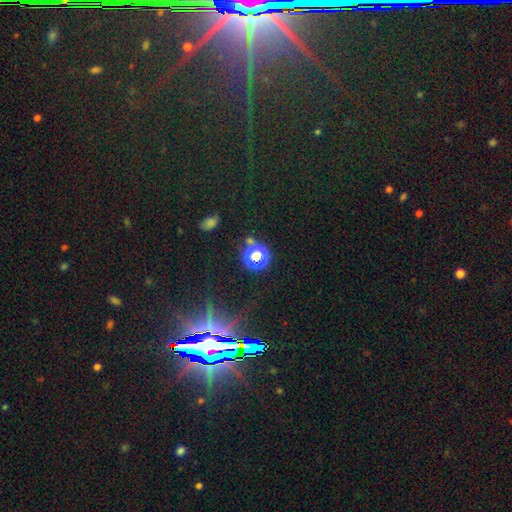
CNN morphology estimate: The model was most divided on "smooth or featured": star or artifact: 51%, smooth: 41%, featured or disk: 8%.